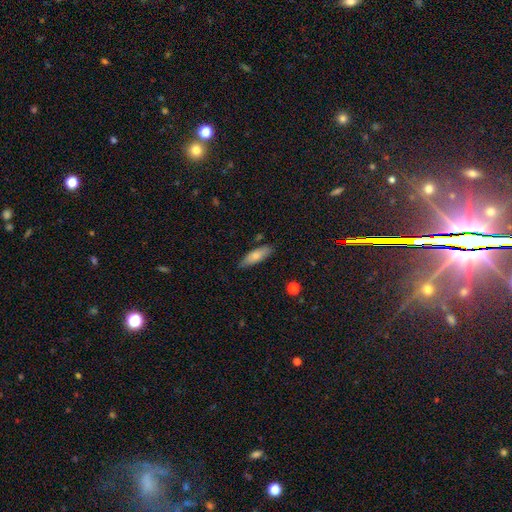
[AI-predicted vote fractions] Smooth or featured: smooth — 76% (featured or disk — 18%)
How rounded: in between — 57% (cigar-shaped — 41%)
Merging: none — 80% (minor disturbance — 15%)